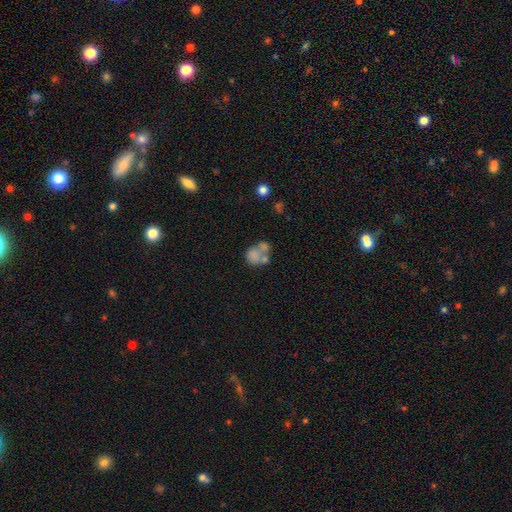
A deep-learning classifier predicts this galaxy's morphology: Smooth or featured? Predicted: smooth (p=0.61). How rounded? Predicted: round (p=0.53). Merging? Predicted: merger (p=0.46).